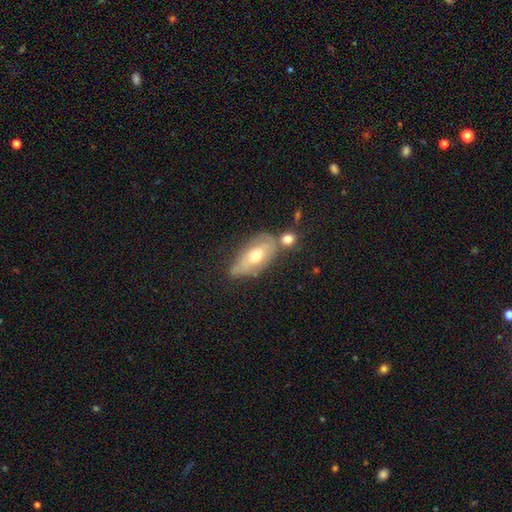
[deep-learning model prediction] Smooth or featured? featured or disk (54%)
Edge-on disk? no (78%)
Merging? none (47%)